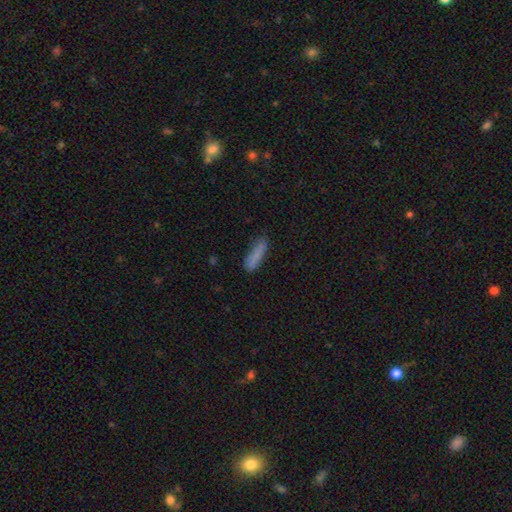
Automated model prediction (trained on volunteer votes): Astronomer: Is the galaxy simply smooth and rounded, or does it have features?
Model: smooth — 82%.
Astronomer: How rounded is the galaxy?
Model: cigar-shaped — 75%.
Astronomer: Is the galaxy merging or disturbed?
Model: none — 72%.